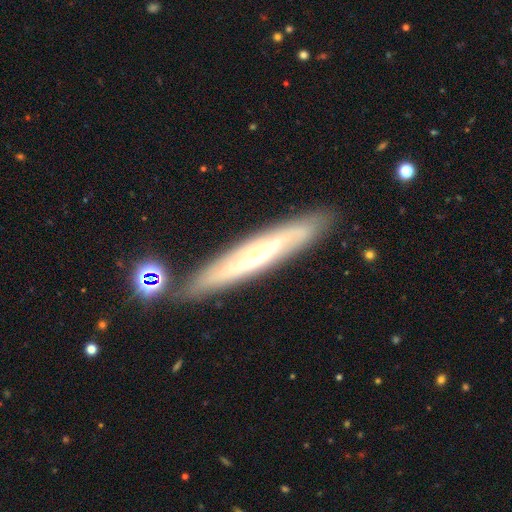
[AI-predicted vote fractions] Smooth or featured? Predicted: featured or disk (p=0.68). Edge-on disk? Predicted: yes (p=0.66). Merging? Predicted: none (p=0.83).